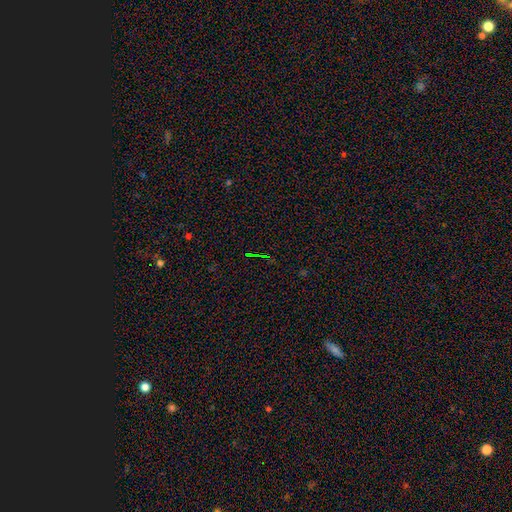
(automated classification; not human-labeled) smooth_or_featured: star or artifact (p=0.75) [alt: smooth p=0.13]